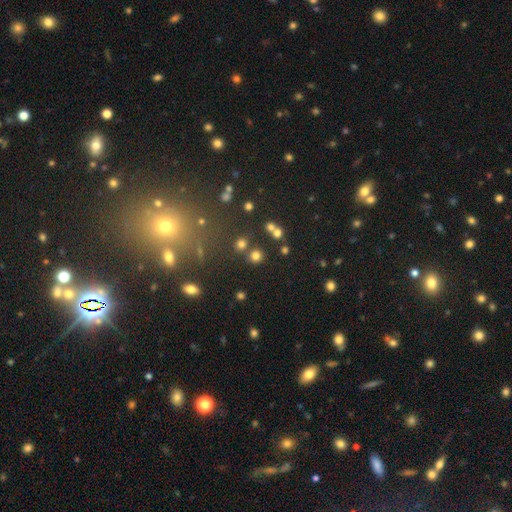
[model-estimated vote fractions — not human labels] Smooth or featured? smooth (74%)
How rounded? round (90%)
Merging? none (78%)